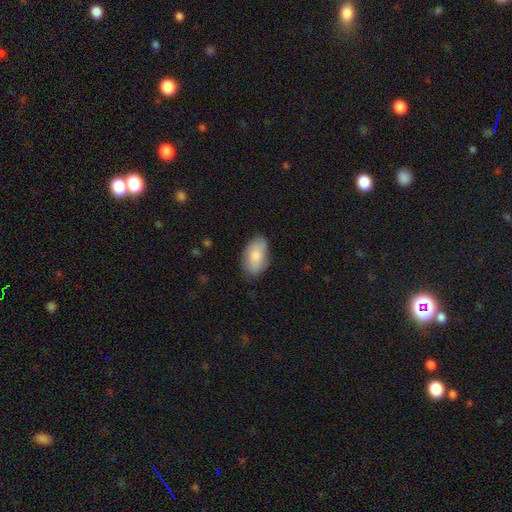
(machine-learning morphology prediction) type=smooth (83%); roundness=in between (94%); merging=none (75%).